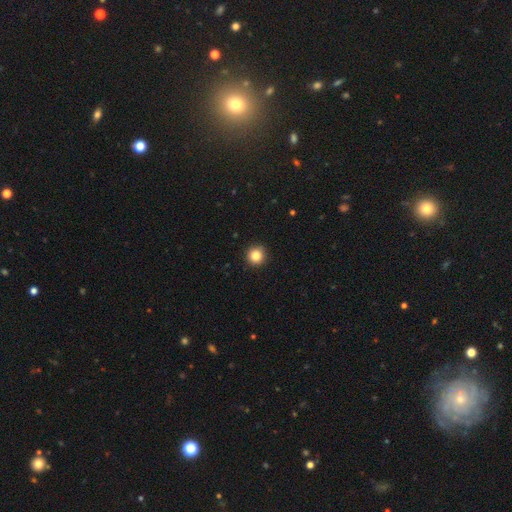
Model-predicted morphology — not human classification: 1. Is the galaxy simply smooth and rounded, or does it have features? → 84% smooth, 11% star or artifact, 6% featured or disk.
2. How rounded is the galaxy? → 96% round, 3% in between, 1% cigar-shaped.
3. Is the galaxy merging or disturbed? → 93% none, 4% minor disturbance, 1% major disturbance, 1% merger.